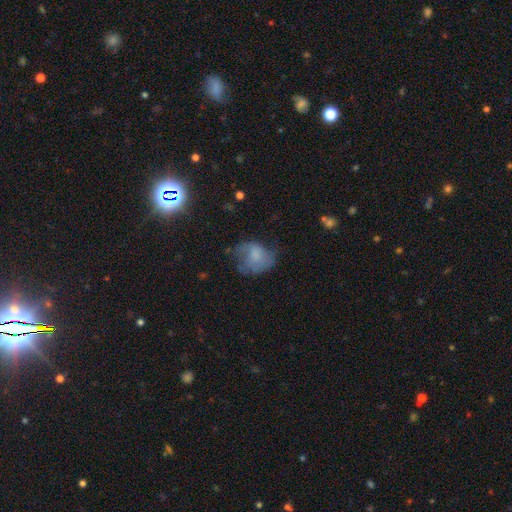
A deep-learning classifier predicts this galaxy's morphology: Q: Smooth or featured?
A: smooth (59%); runner-up: featured or disk (30%)
Q: How rounded?
A: in between (51%); runner-up: round (48%)
Q: Merging?
A: none (39%); runner-up: minor disturbance (30%)